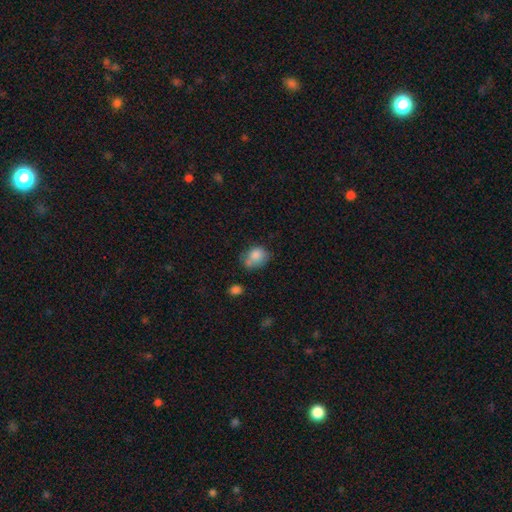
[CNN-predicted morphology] smooth_or_featured: smooth (p=0.80) [alt: featured or disk p=0.10]
how_rounded: in between (p=0.51) [alt: round p=0.48]
merging: none (p=0.43) [alt: minor disturbance p=0.25]